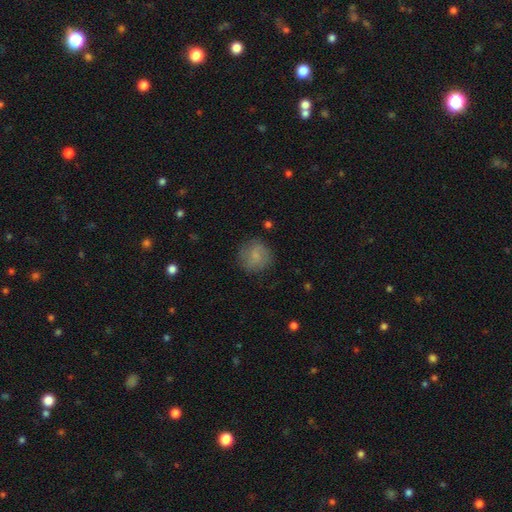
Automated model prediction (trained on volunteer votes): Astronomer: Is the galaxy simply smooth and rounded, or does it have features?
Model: smooth — 70%.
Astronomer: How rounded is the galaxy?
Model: round — 88%.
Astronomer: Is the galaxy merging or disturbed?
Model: none — 76%.